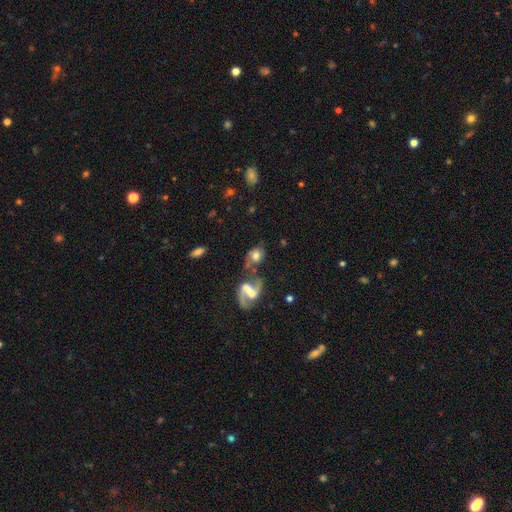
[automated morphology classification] Smooth or featured?
  - smooth: 50% *
  - featured or disk: 39%
  - star or artifact: 11%
How rounded?
  - round: 53% *
  - in between: 45%
  - cigar-shaped: 2%
Merging?
  - none: 44% *
  - merger: 28%
  - minor disturbance: 16%
  - major disturbance: 12%